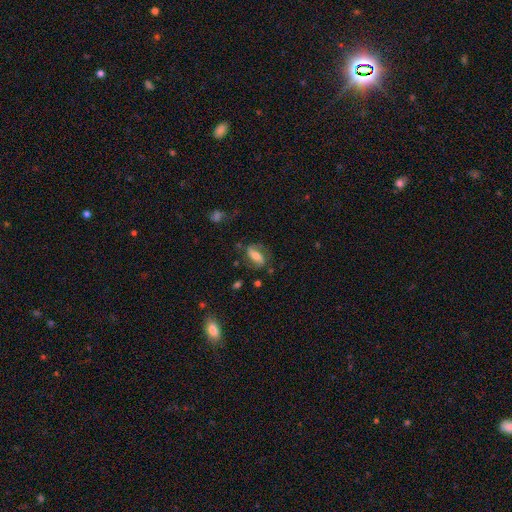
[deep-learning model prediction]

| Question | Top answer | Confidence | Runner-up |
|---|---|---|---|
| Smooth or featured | featured or disk | 55% | smooth (37%) |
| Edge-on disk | no | 90% | yes (10%) |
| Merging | none | 64% | minor disturbance (20%) |